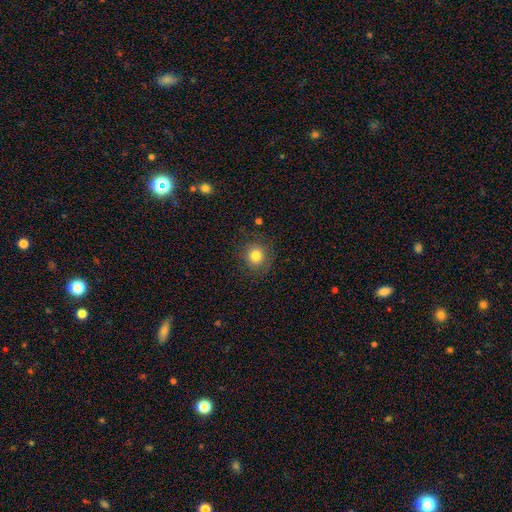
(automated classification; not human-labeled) smooth_or_featured: smooth (p=0.81) [alt: star or artifact p=0.11]
how_rounded: round (p=0.90) [alt: in between p=0.09]
merging: none (p=0.84) [alt: minor disturbance p=0.10]